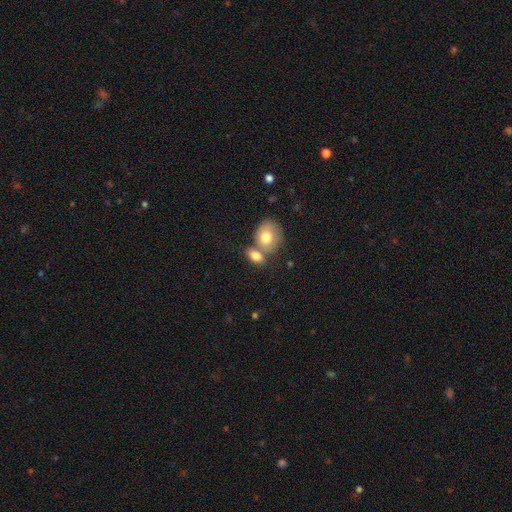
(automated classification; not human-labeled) Morphology: type=smooth (79%); roundness=in between (73%); merging=merger (47%).